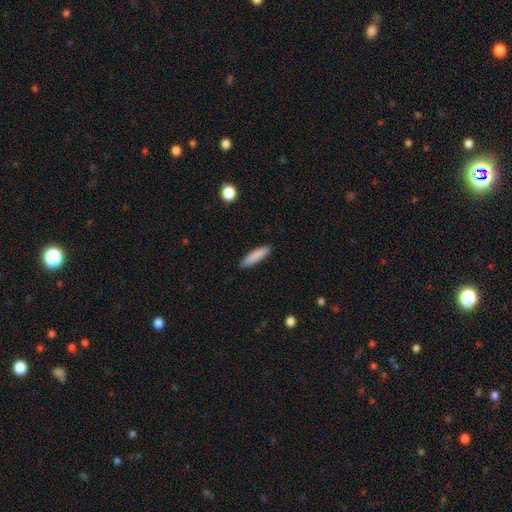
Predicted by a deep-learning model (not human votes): This is clearly a smooth galaxy (86%). How rounded: likely cigar-shaped (79%). Merging: clearly none (89%).